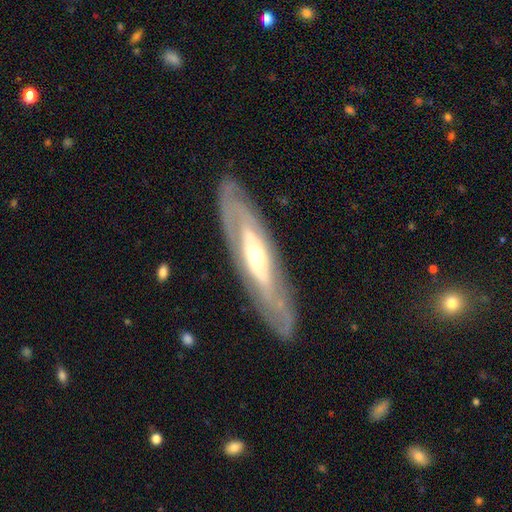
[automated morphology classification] smooth_or_featured: featured or disk (p=0.79) [alt: smooth p=0.16]
disk_edge_on: no (p=0.68) [alt: yes p=0.32]
bar: no (p=0.62) [alt: weak p=0.24]
has_spiral_arms: yes (p=0.64) [alt: no p=0.36]
bulge_size: moderate (p=0.52) [alt: small p=0.41]
merging: none (p=0.84) [alt: minor disturbance p=0.11]